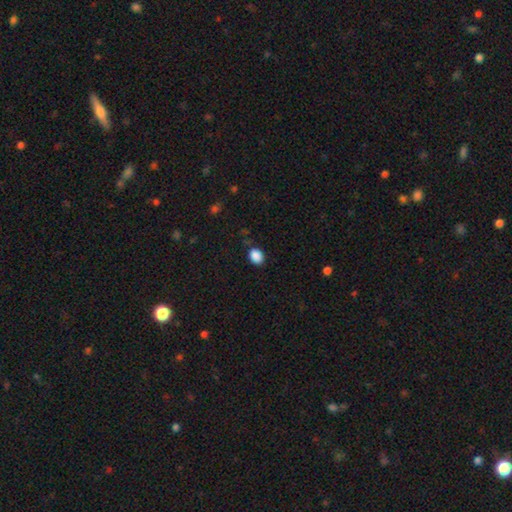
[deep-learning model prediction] The model was most divided on "how rounded": in between: 55%, round: 44%, cigar-shaped: 1%. More confident: smooth or featured — smooth (88%); merging — none (83%).